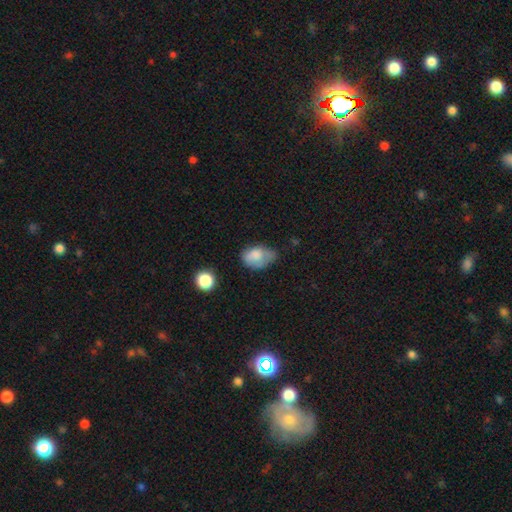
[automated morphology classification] Smooth or featured?
  - smooth: 75% *
  - featured or disk: 16%
  - star or artifact: 9%
How rounded?
  - in between: 84% *
  - round: 14%
  - cigar-shaped: 1%
Merging?
  - minor disturbance: 42% *
  - none: 36%
  - major disturbance: 18%
  - merger: 4%